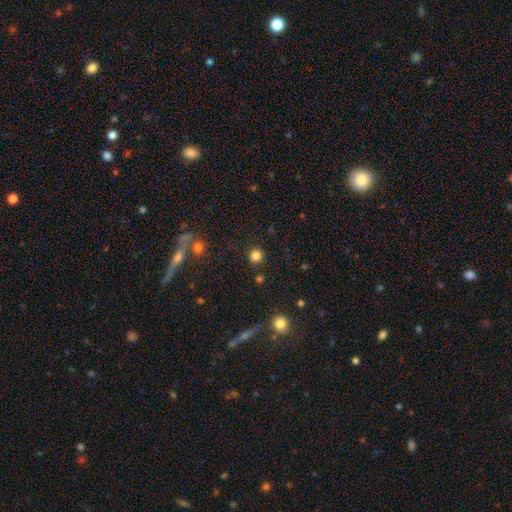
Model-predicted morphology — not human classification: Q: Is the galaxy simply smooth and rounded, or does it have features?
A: smooth — 82%.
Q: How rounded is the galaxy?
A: round — 93%.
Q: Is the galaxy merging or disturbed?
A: none — 89%.